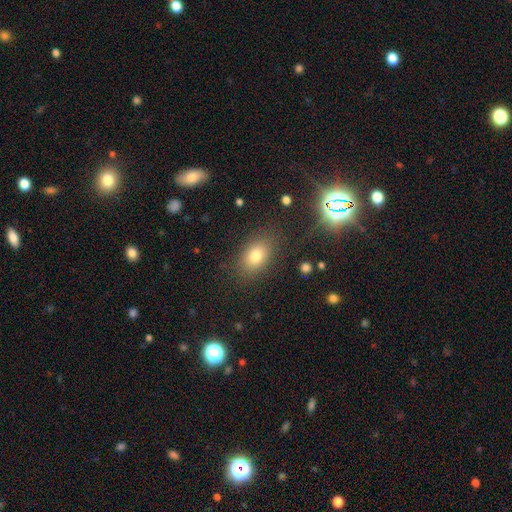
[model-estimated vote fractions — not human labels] A smooth galaxy with no disk features (73%) that is in between round and cigar-shaped (78%).

Vote fractions:
- Smooth or featured? smooth: 73% / star or artifact: 16% / featured or disk: 10%
- How rounded? in between: 78% / round: 20% / cigar-shaped: 2%
- Merging? none: 84% / minor disturbance: 10% / major disturbance: 4% / merger: 2%